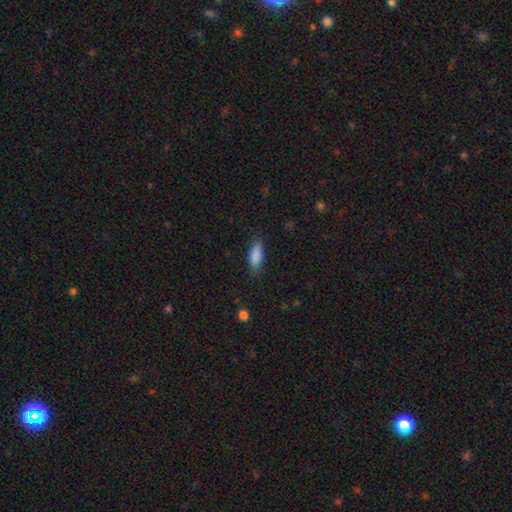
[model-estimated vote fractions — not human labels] Morphology: type=smooth (88%); roundness=in between (77%); merging=none (82%).